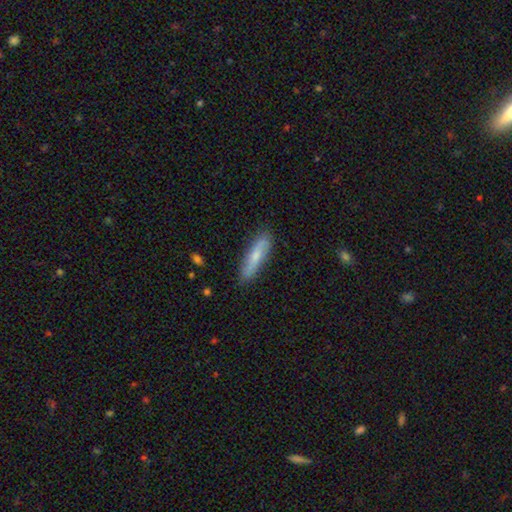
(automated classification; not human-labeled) This is likely a smooth galaxy (62%). How rounded: likely cigar-shaped (75%). Merging: clearly none (85%).